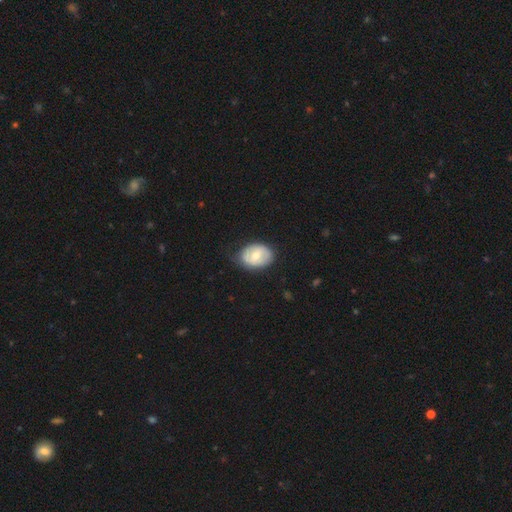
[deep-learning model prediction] A smooth galaxy with no disk features (57%) that is in between round and cigar-shaped (71%).

Vote fractions:
- Smooth or featured? smooth: 57% / featured or disk: 37% / star or artifact: 6%
- How rounded? in between: 71% / round: 28% / cigar-shaped: 1%
- Merging? none: 71% / minor disturbance: 23% / major disturbance: 6% / merger: 1%